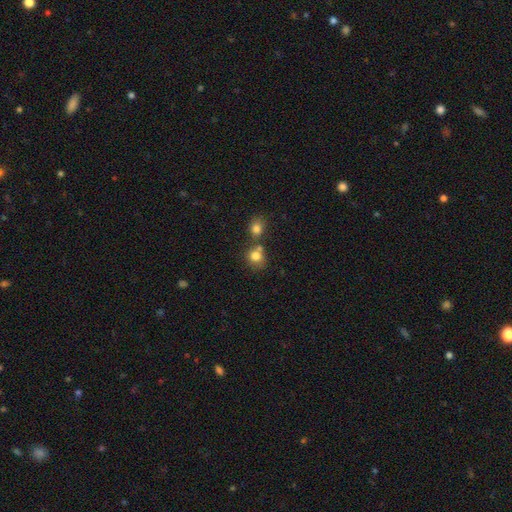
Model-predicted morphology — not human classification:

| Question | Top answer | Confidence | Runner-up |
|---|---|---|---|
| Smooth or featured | smooth | 80% | star or artifact (11%) |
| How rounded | round | 78% | in between (21%) |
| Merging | none | 47% | merger (39%) |